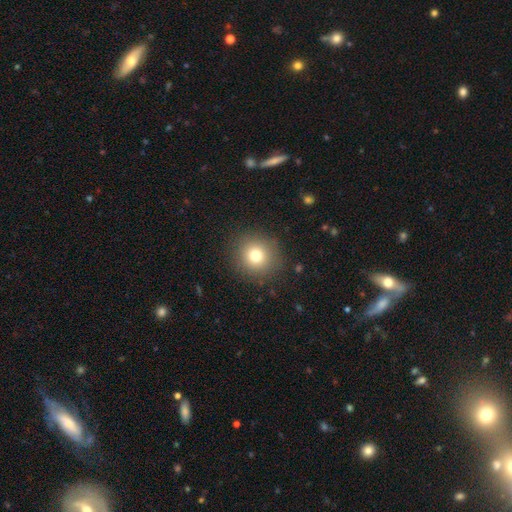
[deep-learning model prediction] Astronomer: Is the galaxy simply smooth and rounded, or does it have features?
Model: smooth — 76%.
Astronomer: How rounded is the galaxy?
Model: round — 92%.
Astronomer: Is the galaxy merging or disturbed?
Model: none — 89%.